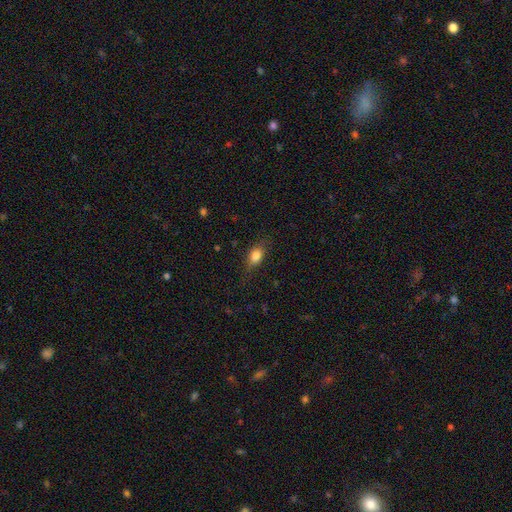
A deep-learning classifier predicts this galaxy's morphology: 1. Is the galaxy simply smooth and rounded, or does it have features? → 80% smooth, 11% featured or disk, 9% star or artifact.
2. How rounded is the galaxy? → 77% in between, 15% round, 8% cigar-shaped.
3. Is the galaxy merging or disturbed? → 75% none, 19% minor disturbance, 6% major disturbance, 1% merger.